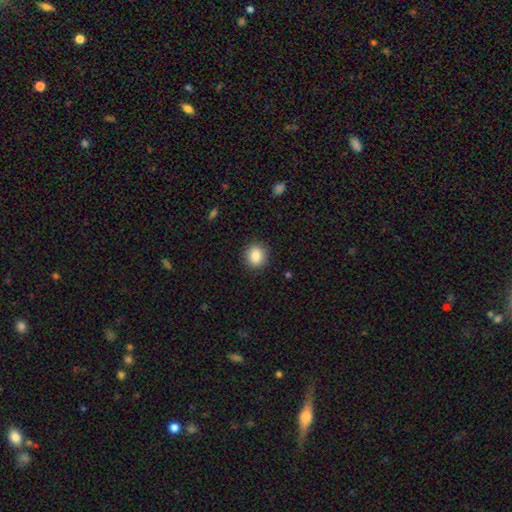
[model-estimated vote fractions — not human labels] A smooth galaxy with no disk features (87%) that is round (78%).

Vote fractions:
- Smooth or featured? smooth: 87% / star or artifact: 8% / featured or disk: 5%
- How rounded? round: 78% / in between: 21% / cigar-shaped: 1%
- Merging? none: 89% / minor disturbance: 8% / major disturbance: 2% / merger: 1%